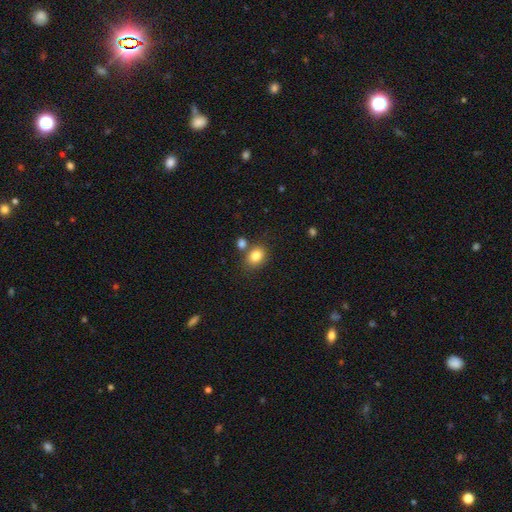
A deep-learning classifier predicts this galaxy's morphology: This appears to be a smooth galaxy with no disk features (83%) that is round (50%). Merging: none (67%).